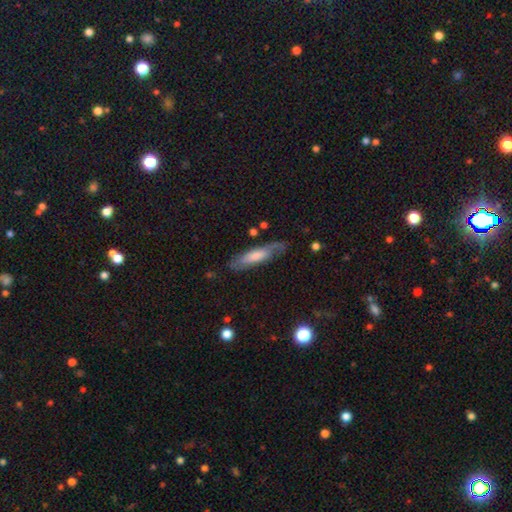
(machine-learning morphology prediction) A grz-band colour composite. It shows a featured or disk galaxy (47%). Merging: none (70%).